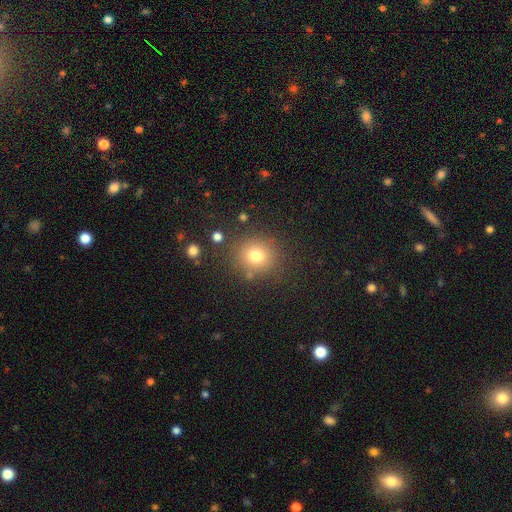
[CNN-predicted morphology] Overall: smooth (76%). How rounded: round (86%). Merging: none (83%).